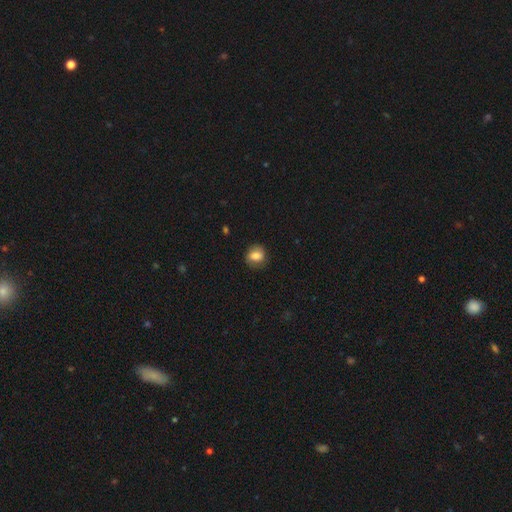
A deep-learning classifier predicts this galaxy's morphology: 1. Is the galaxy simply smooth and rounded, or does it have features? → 71% smooth, 20% featured or disk, 9% star or artifact.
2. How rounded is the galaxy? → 64% round, 35% in between, 1% cigar-shaped.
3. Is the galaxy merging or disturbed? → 81% none, 14% minor disturbance, 4% major disturbance, 1% merger.